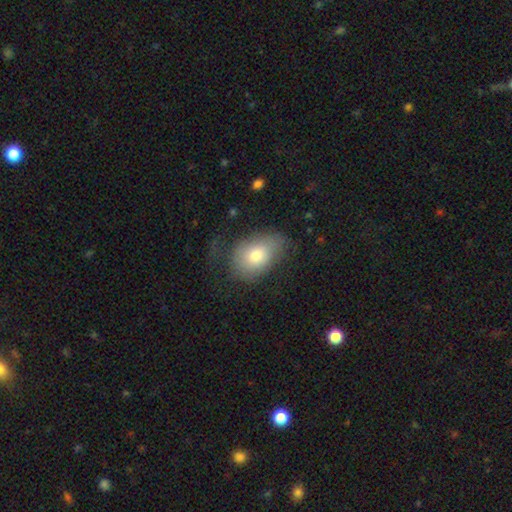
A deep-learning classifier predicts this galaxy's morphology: smooth-or-featured: smooth: 76% | featured or disk: 16% | star or artifact: 9%
  how-rounded: in between: 78% | round: 20% | cigar-shaped: 1%
  merging: none: 51% | minor disturbance: 30% | major disturbance: 18% | merger: 2%